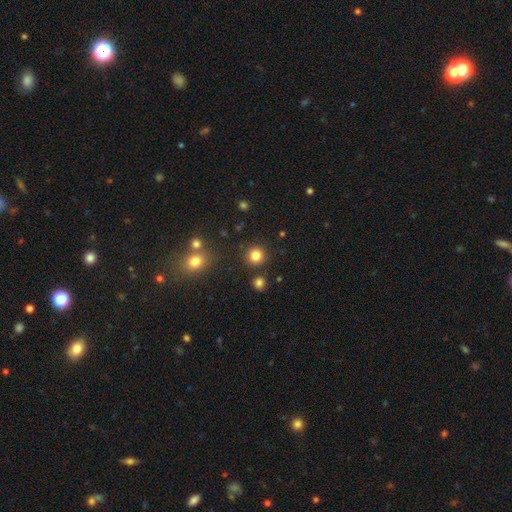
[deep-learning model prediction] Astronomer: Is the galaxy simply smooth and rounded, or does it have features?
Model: smooth — 83%.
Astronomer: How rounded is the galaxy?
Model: round — 93%.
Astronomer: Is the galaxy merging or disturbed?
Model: none — 88%.